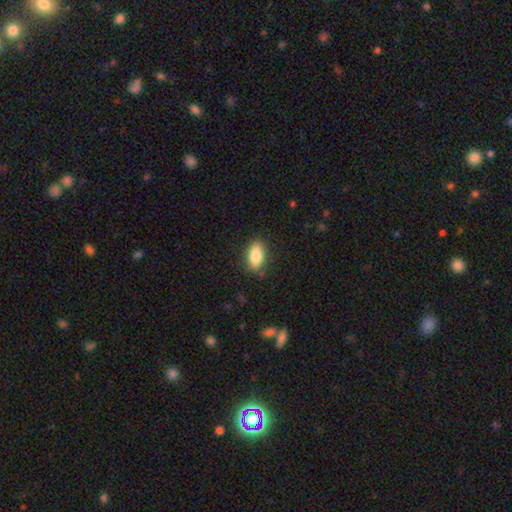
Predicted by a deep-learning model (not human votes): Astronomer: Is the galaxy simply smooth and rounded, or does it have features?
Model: smooth — 85%.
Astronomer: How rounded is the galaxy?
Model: in between — 88%.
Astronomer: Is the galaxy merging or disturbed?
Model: none — 85%.